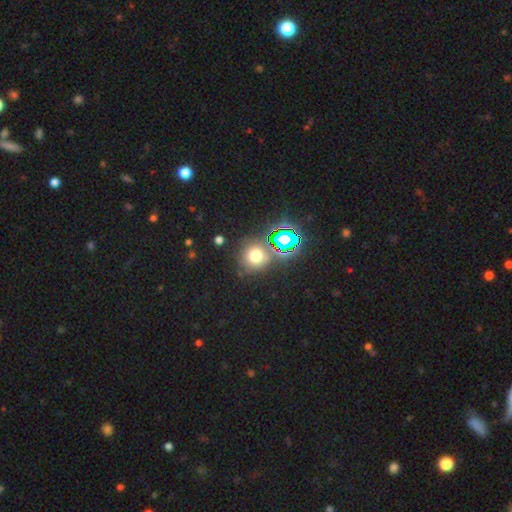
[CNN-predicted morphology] Smooth or featured? smooth (58%)
How rounded? round (89%)
Merging? none (76%)